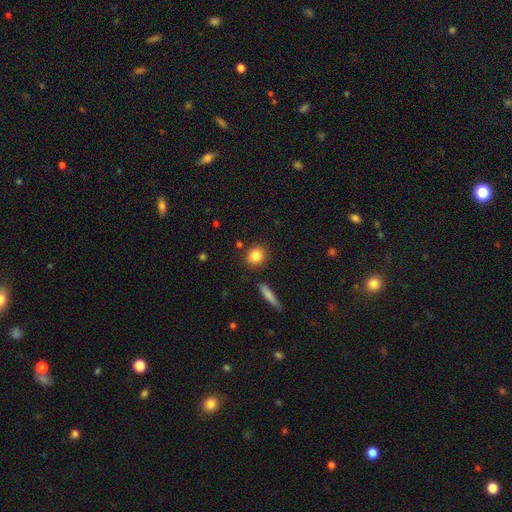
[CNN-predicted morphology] Q: Smooth or featured?
A: smooth (84%); runner-up: star or artifact (9%)
Q: How rounded?
A: round (74%); runner-up: in between (23%)
Q: Merging?
A: none (84%); runner-up: minor disturbance (9%)